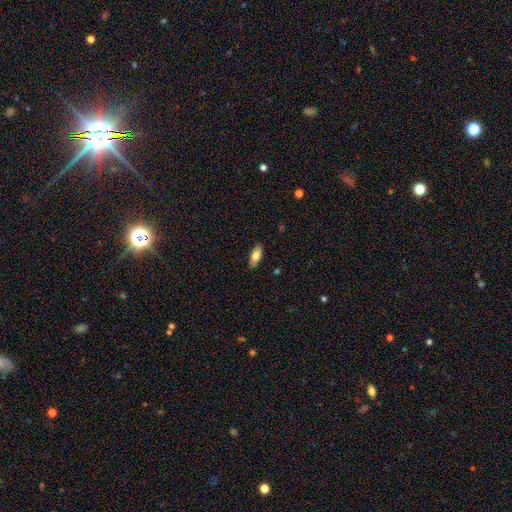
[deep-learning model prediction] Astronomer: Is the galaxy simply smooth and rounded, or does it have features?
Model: smooth — 75%.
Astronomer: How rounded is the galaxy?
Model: in between — 82%.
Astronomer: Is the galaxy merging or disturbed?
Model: none — 86%.